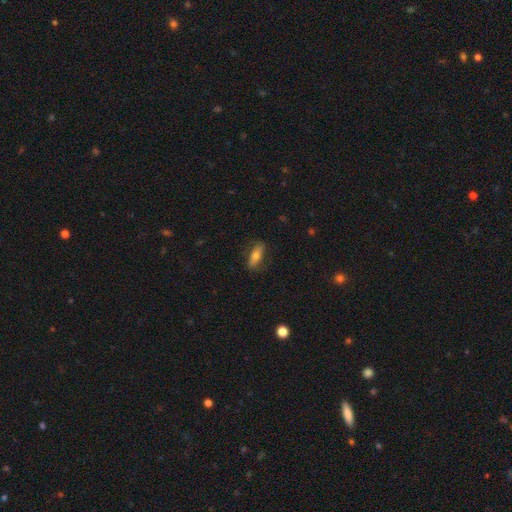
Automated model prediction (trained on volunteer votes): Smooth or featured? smooth (65%)
How rounded? in between (57%)
Merging? none (80%)